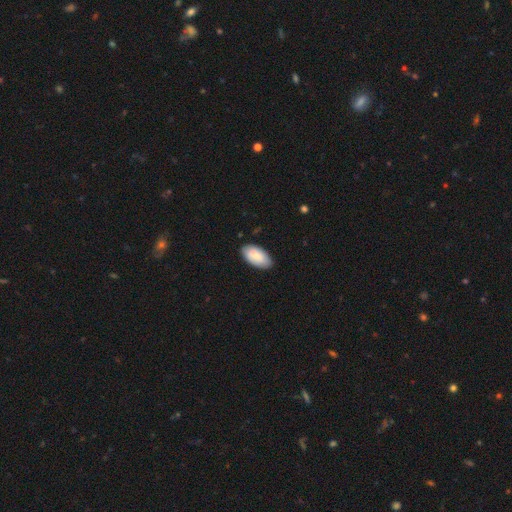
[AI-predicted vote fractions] Smooth or featured? Predicted: smooth (p=0.85). How rounded? Predicted: in between (p=0.96). Merging? Predicted: none (p=0.81).